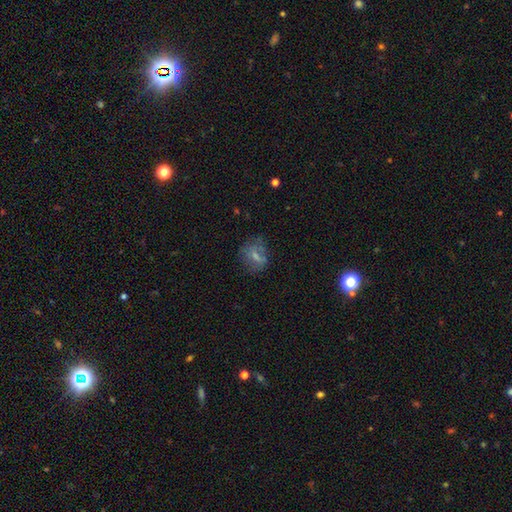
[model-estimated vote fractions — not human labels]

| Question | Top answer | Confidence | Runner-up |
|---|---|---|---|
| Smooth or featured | smooth | 54% | featured or disk (33%) |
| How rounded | in between | 53% | round (44%) |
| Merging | none | 55% | minor disturbance (23%) |